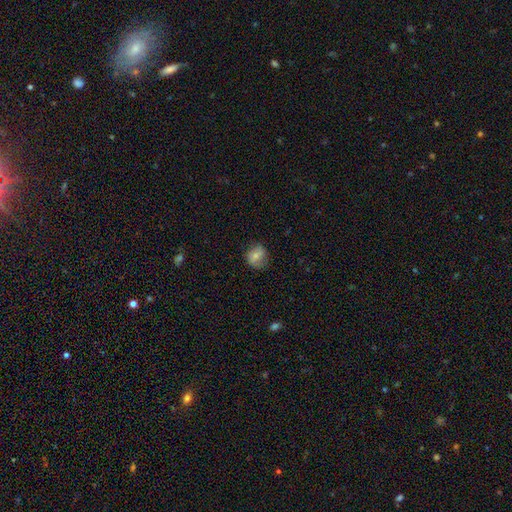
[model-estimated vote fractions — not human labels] This is likely a smooth galaxy (70%). How rounded: likely round (68%). Merging: likely none (71%).